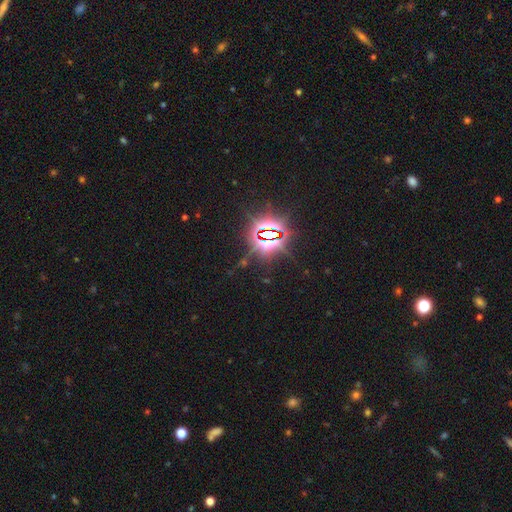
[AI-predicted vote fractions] smooth_or_featured: star or artifact (p=0.83) [alt: smooth p=0.09]